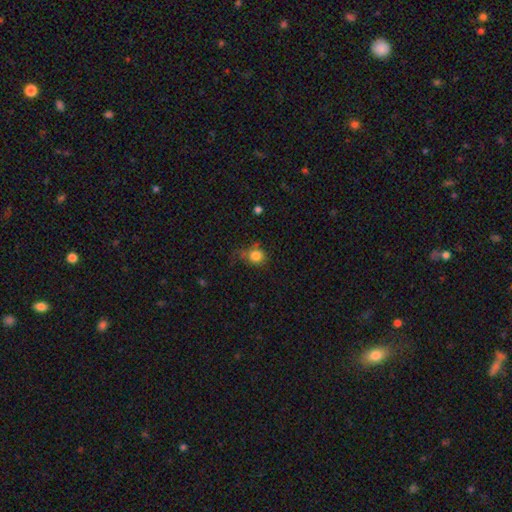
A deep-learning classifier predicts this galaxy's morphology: Smooth or featured?
  - smooth: 82% *
  - star or artifact: 11%
  - featured or disk: 7%
How rounded?
  - round: 81% *
  - in between: 18%
  - cigar-shaped: 1%
Merging?
  - none: 57% *
  - minor disturbance: 26%
  - major disturbance: 13%
  - merger: 3%